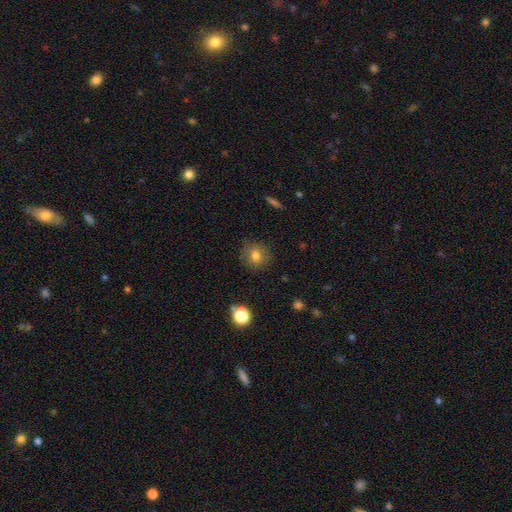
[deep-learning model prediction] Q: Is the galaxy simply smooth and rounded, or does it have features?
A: smooth — 78%.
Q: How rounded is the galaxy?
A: round — 80%.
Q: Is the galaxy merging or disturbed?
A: none — 85%.